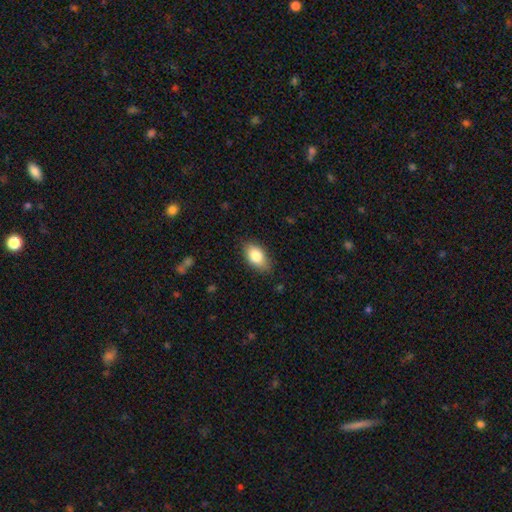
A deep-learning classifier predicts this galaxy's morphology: This appears to be a smooth galaxy with no disk features (83%) that is in between round and cigar-shaped (92%). Merging: none (84%).